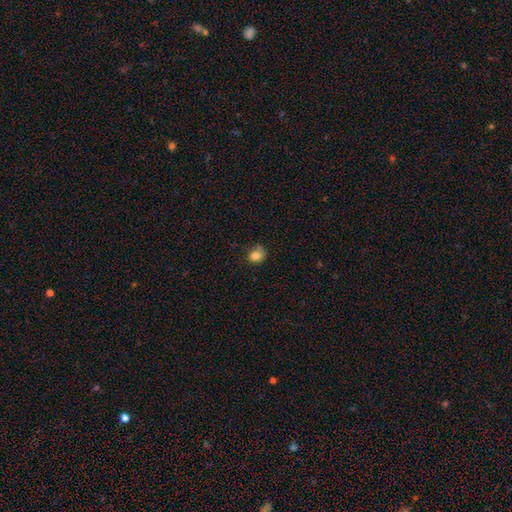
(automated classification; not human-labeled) Overall: smooth (78%). How rounded: round (59%; in between 40%). Merging: none (52%; minor disturbance 31%).